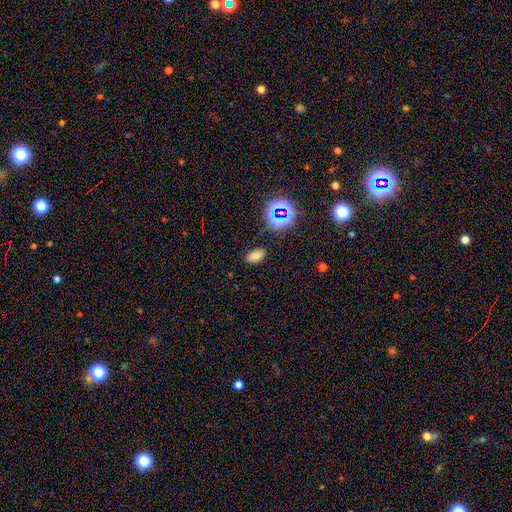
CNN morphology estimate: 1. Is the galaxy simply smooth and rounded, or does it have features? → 73% smooth, 21% star or artifact, 6% featured or disk.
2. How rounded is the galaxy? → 91% in between, 6% round, 3% cigar-shaped.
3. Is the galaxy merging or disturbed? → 86% none, 9% minor disturbance, 3% major disturbance, 2% merger.